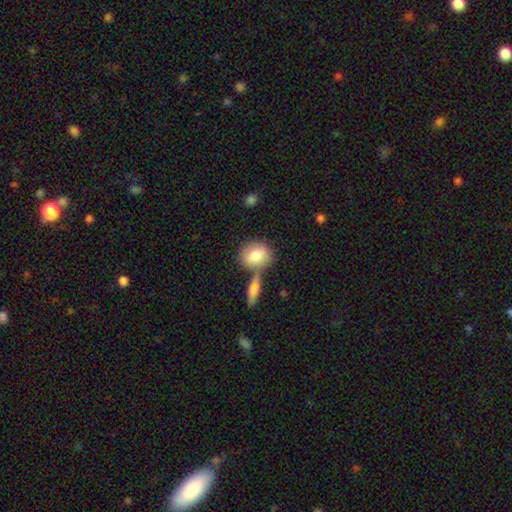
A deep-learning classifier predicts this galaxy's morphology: A smooth galaxy with no disk features (78%) that is round (55%).

Vote fractions:
- Smooth or featured? smooth: 78% / featured or disk: 16% / star or artifact: 6%
- How rounded? round: 55% / in between: 43% / cigar-shaped: 3%
- Merging? none: 53% / merger: 30% / minor disturbance: 13% / major disturbance: 4%